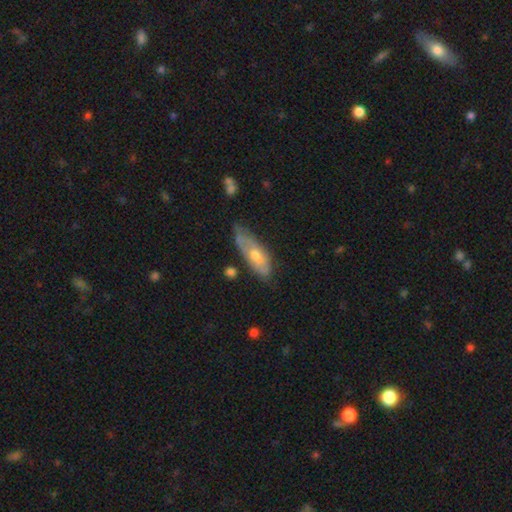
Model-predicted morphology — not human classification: Smooth or featured?
  - smooth: 48% *
  - featured or disk: 46%
  - star or artifact: 6%
Merging?
  - none: 48% *
  - minor disturbance: 34%
  - major disturbance: 12%
  - merger: 6%